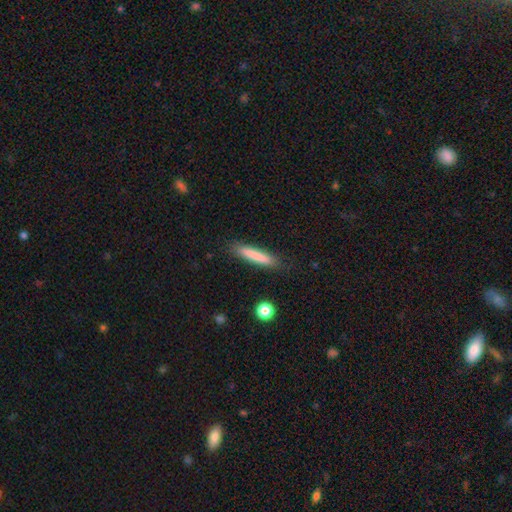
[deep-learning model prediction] A smooth galaxy with no disk features (80%) that is cigar-shaped (91%).

Vote fractions:
- Smooth or featured? smooth: 80% / featured or disk: 13% / star or artifact: 7%
- How rounded? cigar-shaped: 91% / in between: 8% / round: 1%
- Merging? none: 86% / minor disturbance: 10% / major disturbance: 2% / merger: 1%